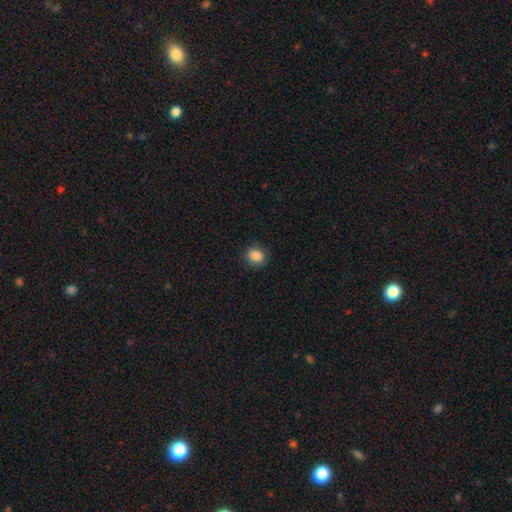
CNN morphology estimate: Smooth or featured?
  - smooth: 87% *
  - star or artifact: 10%
  - featured or disk: 4%
How rounded?
  - round: 69% *
  - in between: 30%
  - cigar-shaped: 1%
Merging?
  - none: 86% *
  - minor disturbance: 10%
  - major disturbance: 3%
  - merger: 1%